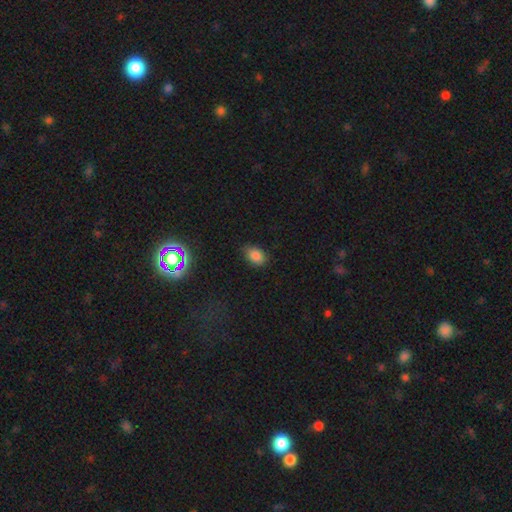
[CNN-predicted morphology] Overall: smooth (83%). How rounded: in between (79%). Merging: none (79%).